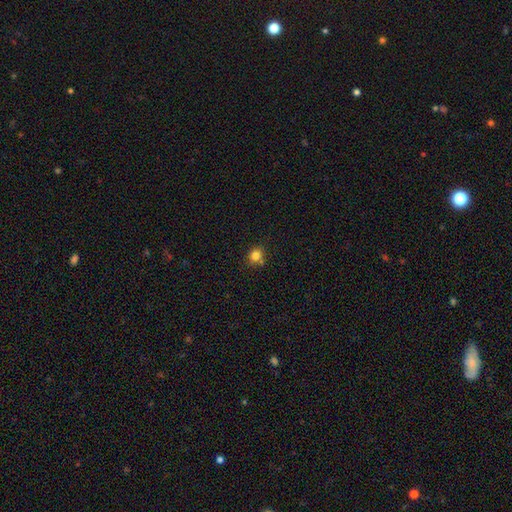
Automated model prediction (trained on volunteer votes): Smooth or featured? smooth (81%)
How rounded? round (79%)
Merging? none (70%)